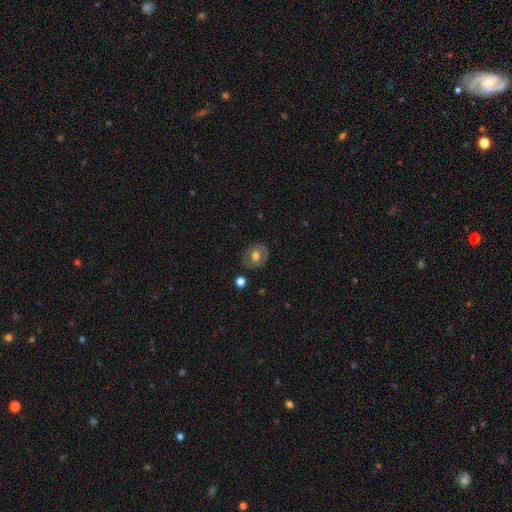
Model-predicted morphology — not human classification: type=smooth (50%); roundness=round (55%); merging=none (79%).